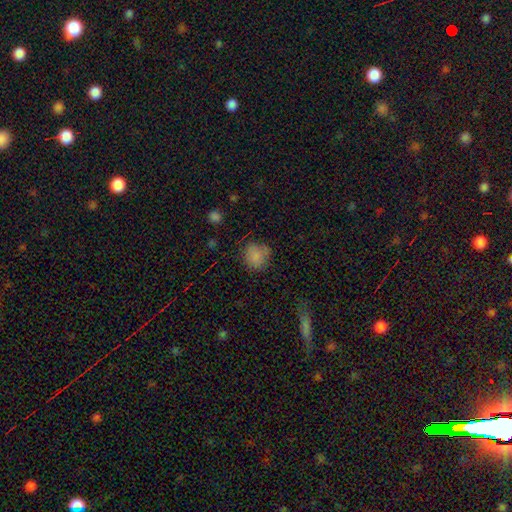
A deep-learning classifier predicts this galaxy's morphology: Smooth or featured: smooth — 81% (star or artifact — 12%)
How rounded: round — 80% (in between — 19%)
Merging: none — 69% (minor disturbance — 21%)